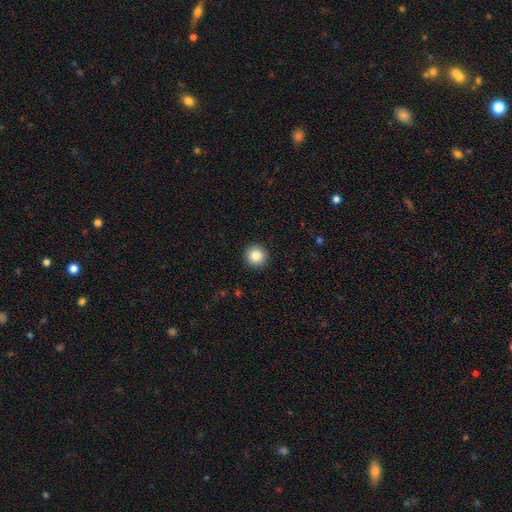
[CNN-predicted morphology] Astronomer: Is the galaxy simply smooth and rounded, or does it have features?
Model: smooth — 83%.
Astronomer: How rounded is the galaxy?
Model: round — 96%.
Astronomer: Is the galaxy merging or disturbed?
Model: none — 93%.